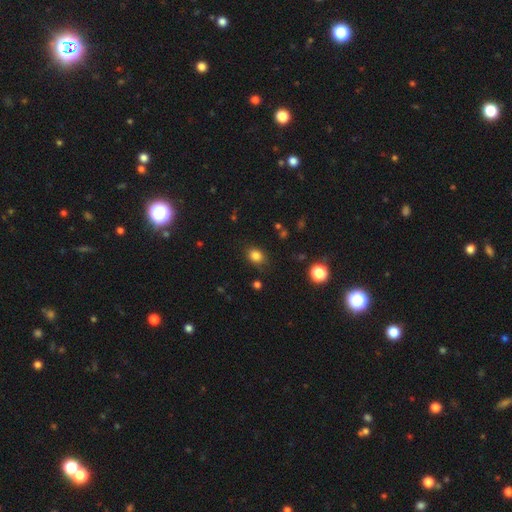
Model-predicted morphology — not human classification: A smooth galaxy with no disk features (82%) that is in between round and cigar-shaped (54%).

Vote fractions:
- Smooth or featured? smooth: 82% / star or artifact: 12% / featured or disk: 5%
- How rounded? in between: 54% / round: 45% / cigar-shaped: 1%
- Merging? none: 81% / minor disturbance: 14% / major disturbance: 4% / merger: 2%